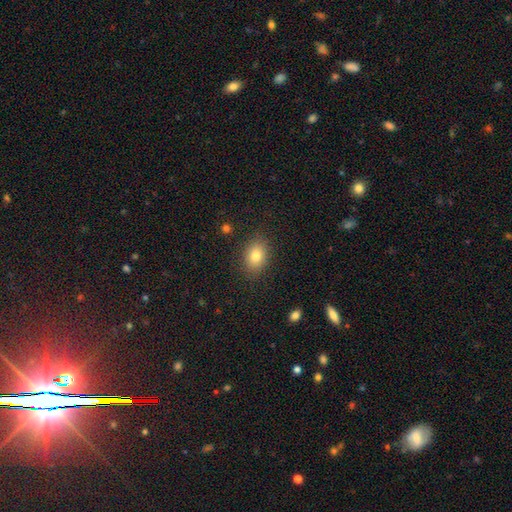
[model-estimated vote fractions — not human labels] Overall: smooth (81%). How rounded: in between (71%). Merging: none (87%).